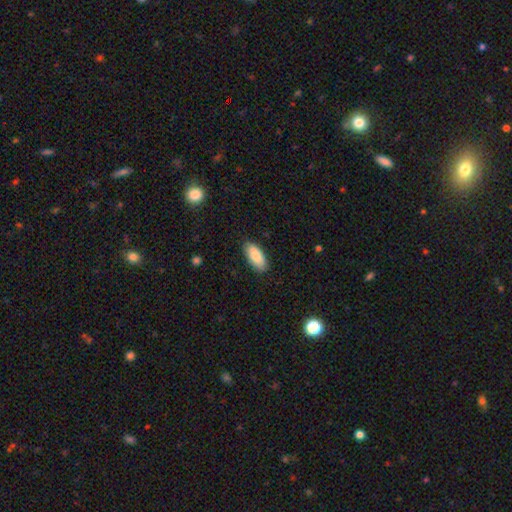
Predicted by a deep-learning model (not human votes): Morphology: type=smooth (84%); roundness=in between (87%); merging=none (86%).